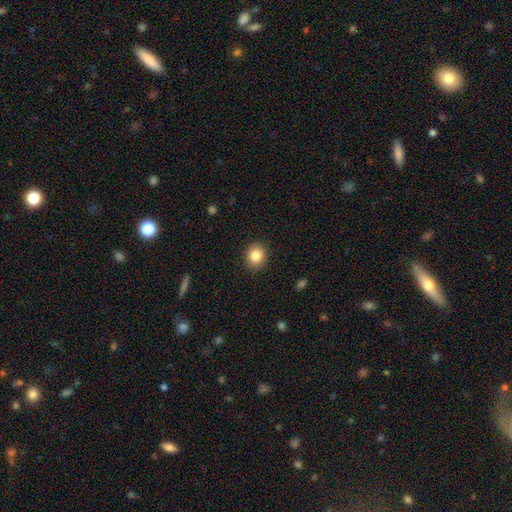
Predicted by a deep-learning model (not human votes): smooth-or-featured: smooth: 85% | star or artifact: 9% | featured or disk: 6%
  how-rounded: round: 69% | in between: 30% | cigar-shaped: 1%
  merging: none: 90% | minor disturbance: 7% | major disturbance: 2% | merger: 1%